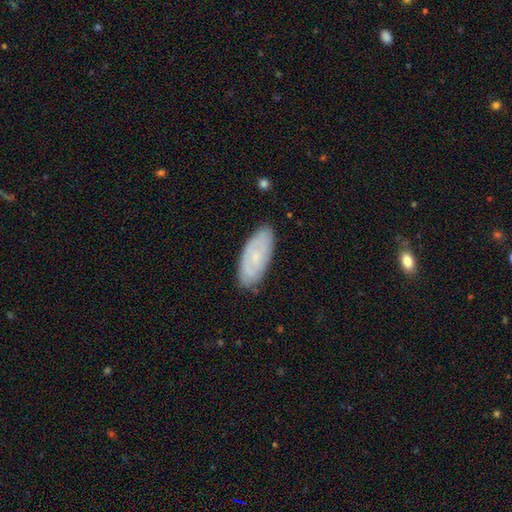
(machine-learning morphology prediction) This appears to be a smooth galaxy with no disk features (50%). Merging: none (81%).